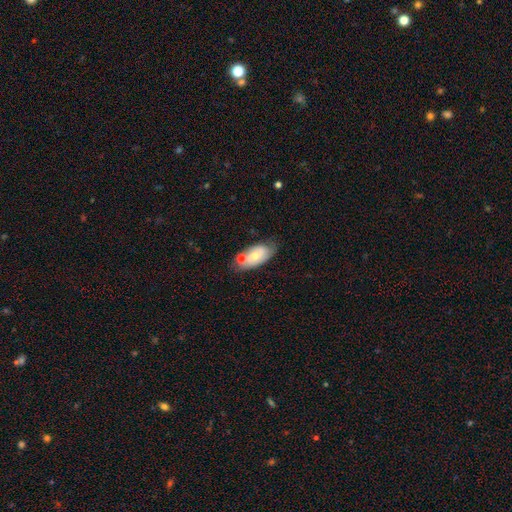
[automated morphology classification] Q: Smooth or featured?
A: smooth (56%); runner-up: featured or disk (37%)
Q: How rounded?
A: in between (90%); runner-up: cigar-shaped (5%)
Q: Merging?
A: none (52%); runner-up: merger (23%)